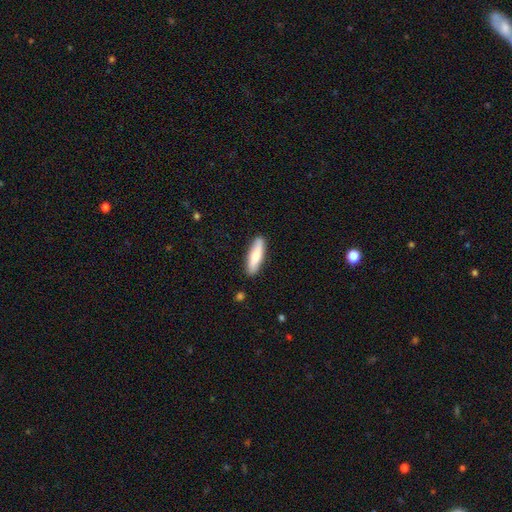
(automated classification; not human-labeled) This appears to be a smooth galaxy with no disk features (72%) that is cigar-shaped (64%). Merging: none (89%).